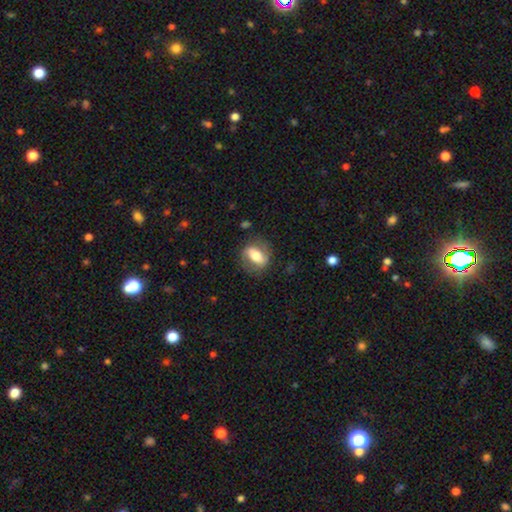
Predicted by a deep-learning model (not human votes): smooth-or-featured: smooth: 47% | featured or disk: 46% | star or artifact: 7%
  merging: none: 77% | minor disturbance: 15% | major disturbance: 7% | merger: 1%